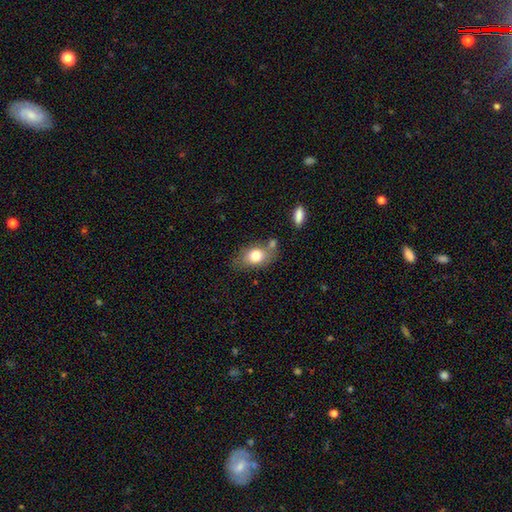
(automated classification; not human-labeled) The model was most divided on "merging": none: 59%, minor disturbance: 19%, merger: 16%, major disturbance: 6%. More confident: smooth or featured — smooth (77%); how rounded — in between (73%).